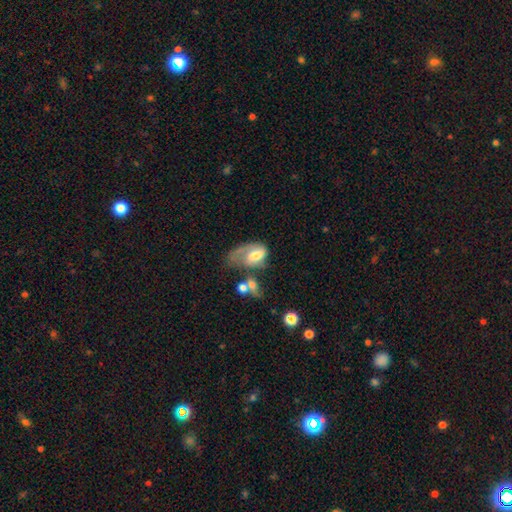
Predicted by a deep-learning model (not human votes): smooth-or-featured: featured or disk: 46% (tied) | smooth: 46% (tied) | star or artifact: 8%
  merging: major disturbance: 41% | merger: 21% | minor disturbance: 20% | none: 18%